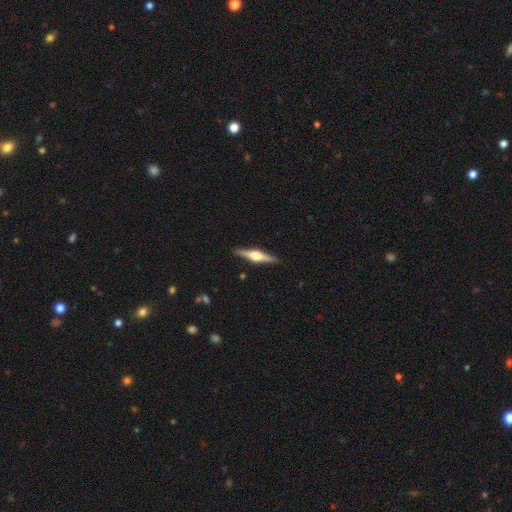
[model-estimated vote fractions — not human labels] Smooth or featured? Predicted: featured or disk (p=0.74). Edge-on disk? Predicted: yes (p=0.98). Edge-on bulge? Predicted: rounded (p=0.90). Merging? Predicted: none (p=0.90).